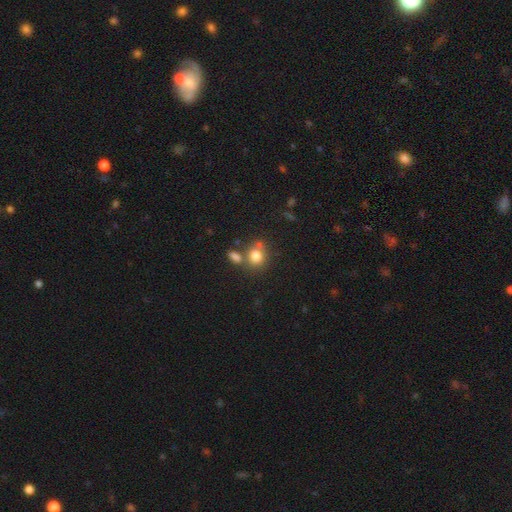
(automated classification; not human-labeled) Smooth or featured? smooth (79%)
How rounded? round (72%)
Merging? none (55%)